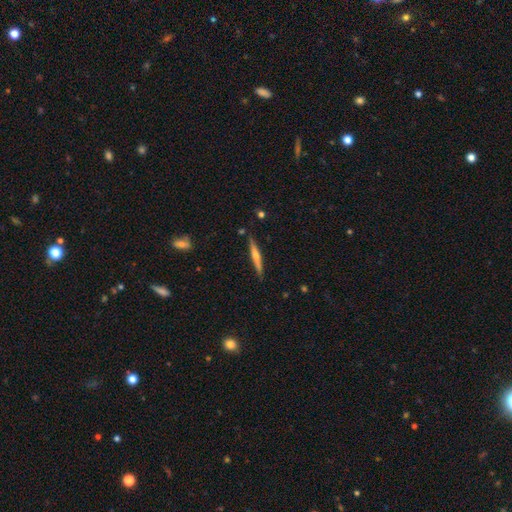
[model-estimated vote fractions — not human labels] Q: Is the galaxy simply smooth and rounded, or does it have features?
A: featured or disk — 64%.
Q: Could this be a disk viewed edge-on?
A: yes — 97%.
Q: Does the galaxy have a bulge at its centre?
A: rounded — 76%.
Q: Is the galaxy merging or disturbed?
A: none — 88%.